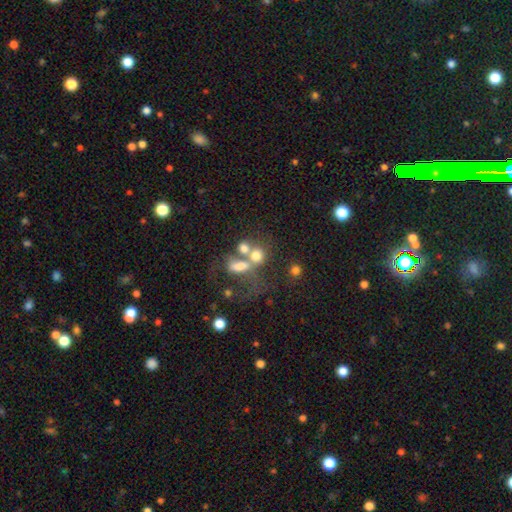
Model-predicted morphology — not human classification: smooth 64%, featured or disk 21%, star or artifact 15%. Down the decision tree: how rounded — round (60%); merging — merger (52%).